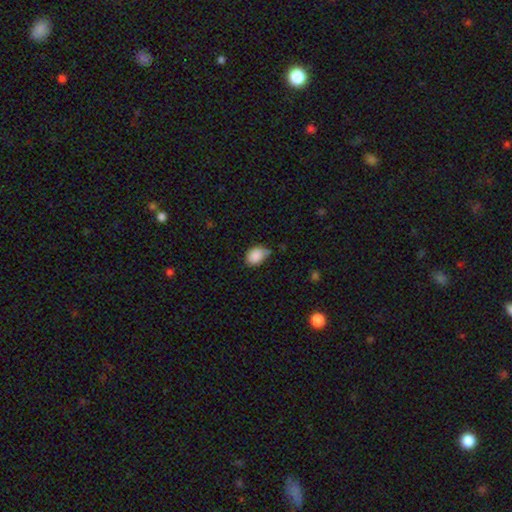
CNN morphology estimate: smooth 88%, star or artifact 8%, featured or disk 4%. Down the decision tree: how rounded — in between (73%); merging — none (60%).